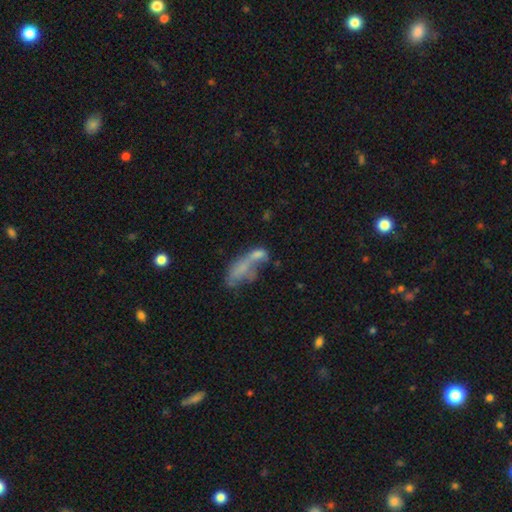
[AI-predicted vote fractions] Smooth or featured: smooth — 53% (featured or disk — 33%)
How rounded: in between — 60% (cigar-shaped — 35%)
Merging: merger — 41% (none — 23%)